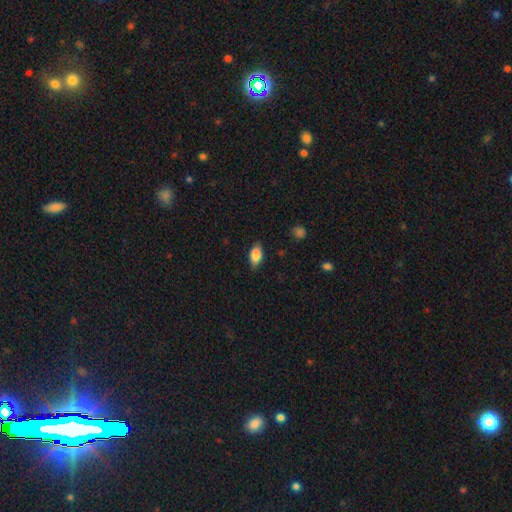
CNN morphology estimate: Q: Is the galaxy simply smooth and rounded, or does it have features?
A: smooth — 82%.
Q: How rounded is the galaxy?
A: in between — 88%.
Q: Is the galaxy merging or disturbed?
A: none — 81%.